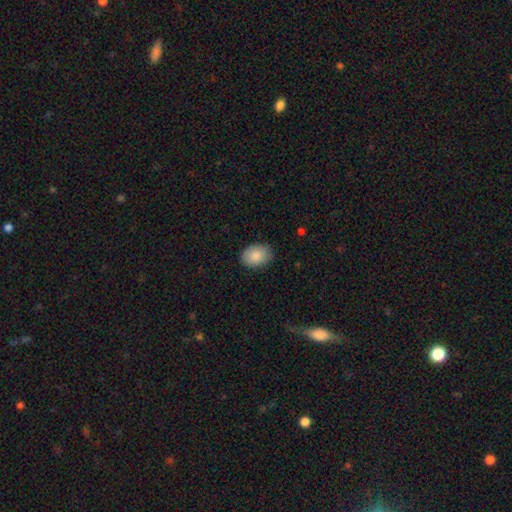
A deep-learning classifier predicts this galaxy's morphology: Smooth or featured? Predicted: smooth (p=0.87). How rounded? Predicted: in between (p=0.80). Merging? Predicted: none (p=0.85).